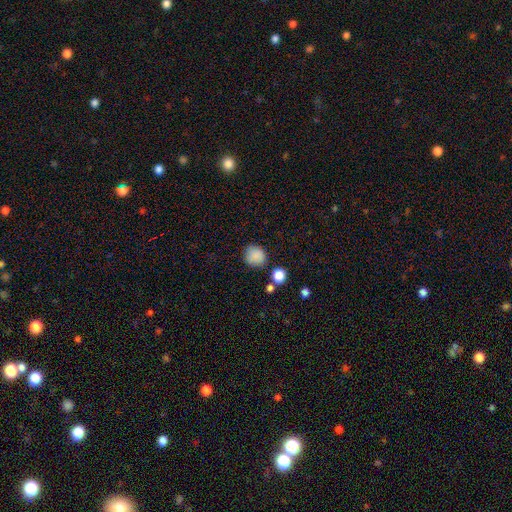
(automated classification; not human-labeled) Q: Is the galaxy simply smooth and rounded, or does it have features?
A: smooth — 86%.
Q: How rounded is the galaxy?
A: round — 87%.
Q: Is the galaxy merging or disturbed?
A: none — 81%.